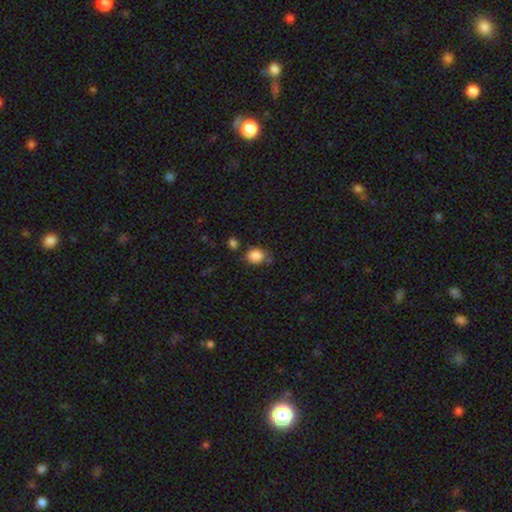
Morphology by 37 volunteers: Smooth or featured? smooth (95%)
How rounded? round (54%)
Merging? none (69%)